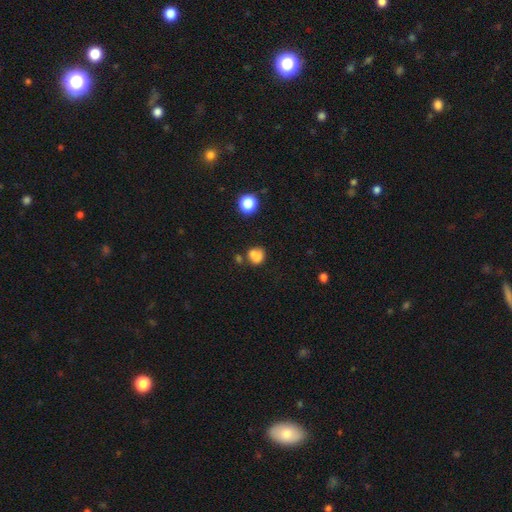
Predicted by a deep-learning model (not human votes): A smooth galaxy with no disk features (76%) that is round (70%).

Vote fractions:
- Smooth or featured? smooth: 76% / star or artifact: 12% / featured or disk: 12%
- How rounded? round: 70% / in between: 29% / cigar-shaped: 1%
- Merging? none: 49% / merger: 25% / minor disturbance: 18% / major disturbance: 8%